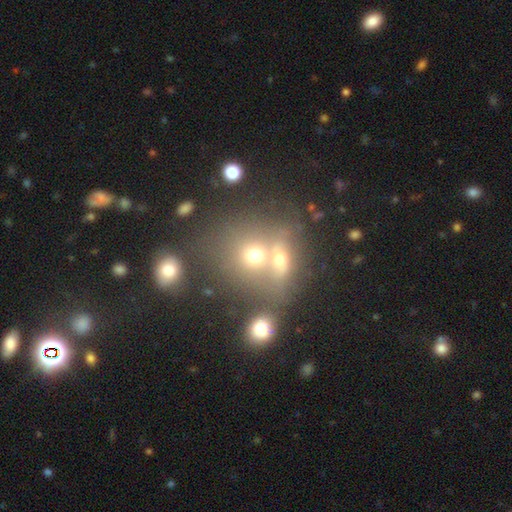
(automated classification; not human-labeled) A smooth galaxy with no disk features (51%) that is round (73%). Merging: merger (52%).